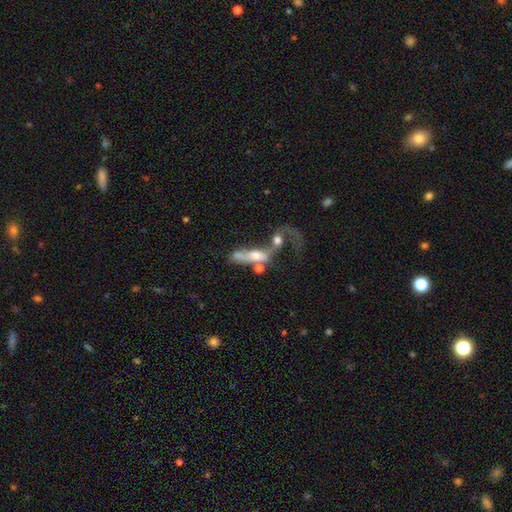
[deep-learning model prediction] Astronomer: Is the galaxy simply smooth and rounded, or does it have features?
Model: featured or disk — 54% (runner-up: smooth, 35%).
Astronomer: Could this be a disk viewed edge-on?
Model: no — 76%.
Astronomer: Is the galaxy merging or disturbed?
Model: merger — 62%.